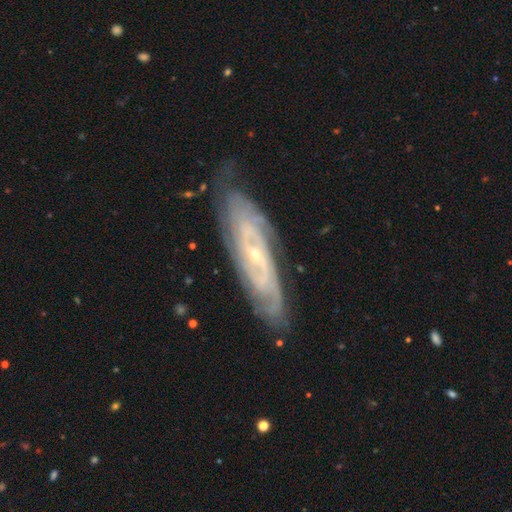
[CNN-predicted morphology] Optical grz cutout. It shows a featured or disk galaxy (87%) with no bar (52%), tight (68%) spiral arms (97%) and a small central bulge (78%). Merging: none (79%).